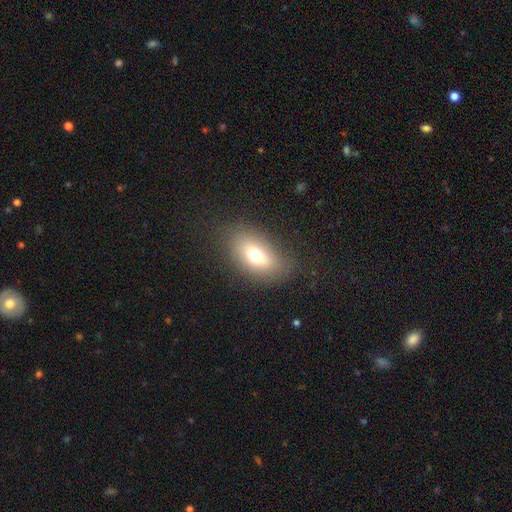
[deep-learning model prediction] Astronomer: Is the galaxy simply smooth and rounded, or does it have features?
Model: smooth — 68%.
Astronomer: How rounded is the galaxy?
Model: in between — 83%.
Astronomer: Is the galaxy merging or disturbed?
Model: none — 80%.